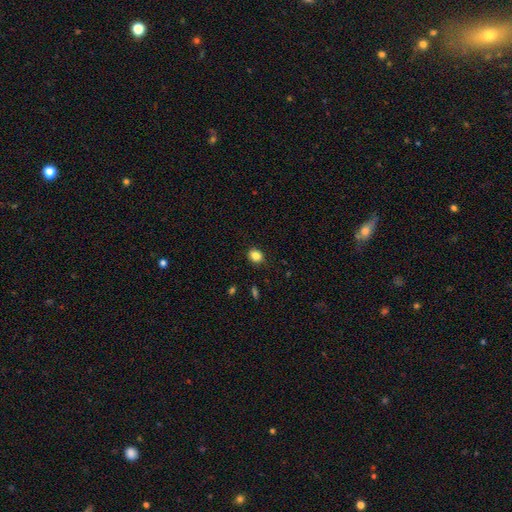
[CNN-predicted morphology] smooth_or_featured: smooth (p=0.85) [alt: star or artifact p=0.10]
how_rounded: round (p=0.61) [alt: in between p=0.38]
merging: none (p=0.88) [alt: minor disturbance p=0.08]